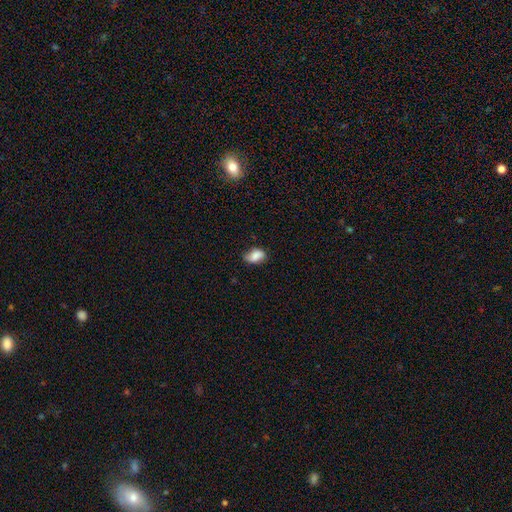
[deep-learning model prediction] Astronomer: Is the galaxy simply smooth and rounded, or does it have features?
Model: smooth — 76%.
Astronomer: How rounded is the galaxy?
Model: in between — 83%.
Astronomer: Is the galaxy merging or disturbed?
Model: none — 63%.